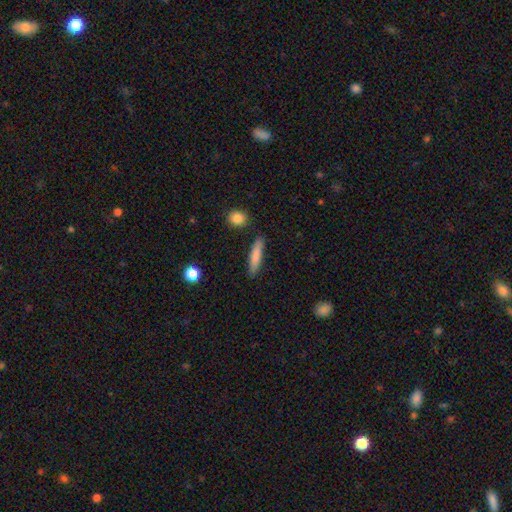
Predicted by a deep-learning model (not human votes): This appears to be a smooth galaxy with no disk features (79%) that is cigar-shaped (85%). Merging: none (86%).